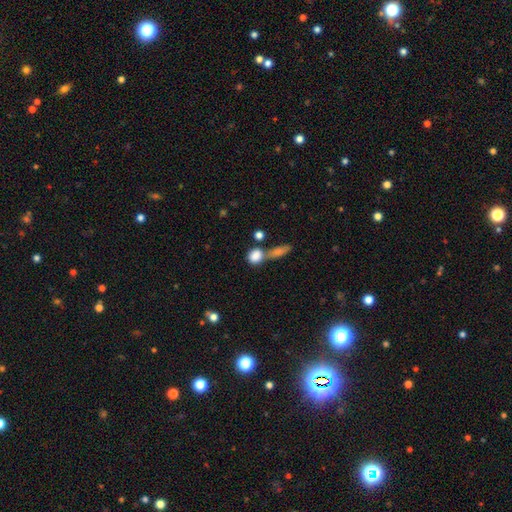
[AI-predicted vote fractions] Q: Smooth or featured?
A: smooth (84%); runner-up: star or artifact (8%)
Q: How rounded?
A: round (56%); runner-up: in between (39%)
Q: Merging?
A: none (44%); runner-up: merger (39%)